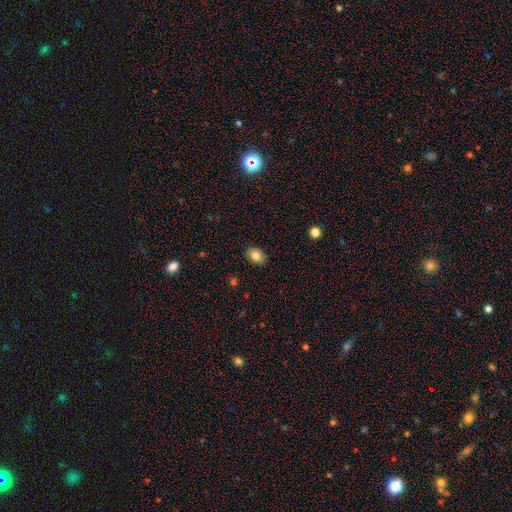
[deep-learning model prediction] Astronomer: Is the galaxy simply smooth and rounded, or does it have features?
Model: smooth — 84%.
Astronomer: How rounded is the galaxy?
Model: in between — 79%.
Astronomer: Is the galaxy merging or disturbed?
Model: none — 89%.